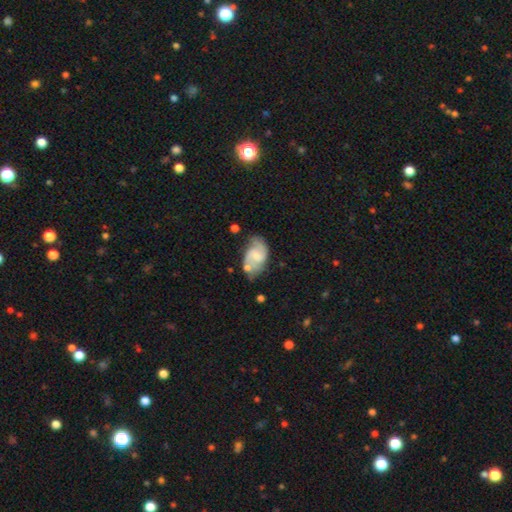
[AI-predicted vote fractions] smooth-or-featured: featured or disk: 69% | smooth: 24% | star or artifact: 7%
  disk-edge-on: no: 97% | yes: 3%
    bar: weak: 47% | no: 40% | strong: 13%
    has-spiral-arms: yes: 90% | no: 10%
      spiral-winding: medium: 48% | loose: 34% | tight: 19%
      spiral-arm-count: 2: 85% | can't tell: 8% | 1: 3% | 3: 2% | 4: 1% | more than 4: 1%
    bulge-size: none: 37% | small: 32% | moderate: 23% | large: 6% | dominant: 2%
  merging: none: 53% | minor disturbance: 25% | merger: 11% | major disturbance: 11%